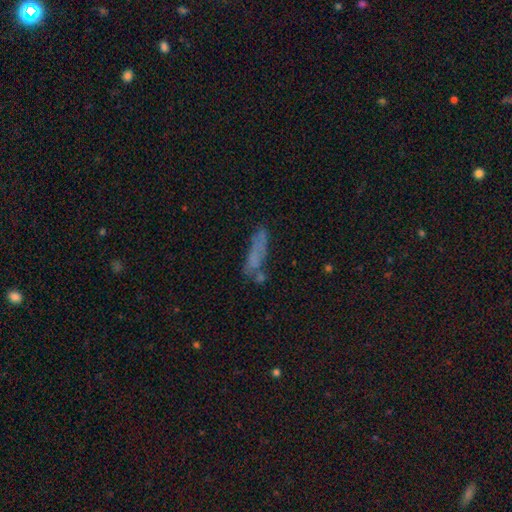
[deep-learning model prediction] The model was most divided on "smooth or featured": smooth: 55%, featured or disk: 32%, star or artifact: 13%. Remaining: how rounded — cigar-shaped (65%); merging — none (47%).